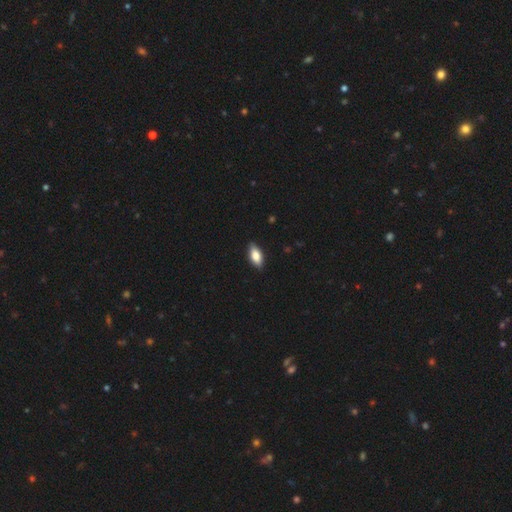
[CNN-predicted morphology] Smooth or featured? Predicted: smooth (p=0.78). How rounded? Predicted: in between (p=0.87). Merging? Predicted: none (p=0.87).